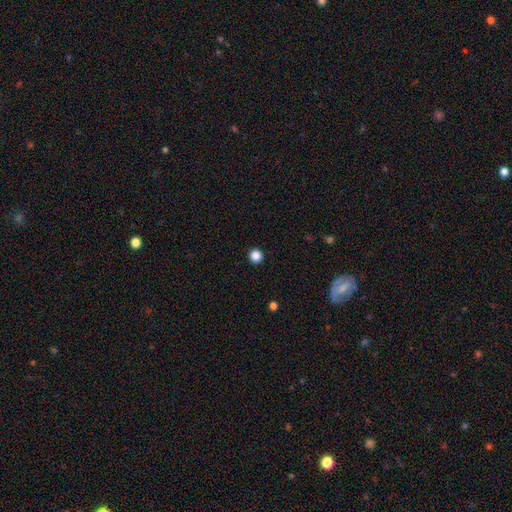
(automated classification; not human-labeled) smooth-or-featured: smooth: 86% | star or artifact: 12% | featured or disk: 3%
  how-rounded: round: 96% | in between: 3% | cigar-shaped: 1%
  merging: none: 94% | minor disturbance: 4% | major disturbance: 1% | merger: 1%